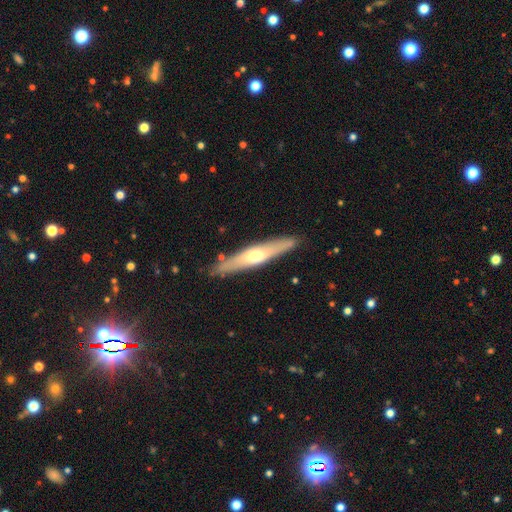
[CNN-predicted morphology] A featured or disk galaxy (55%) viewed edge-on (89%). Merging: none (87%).